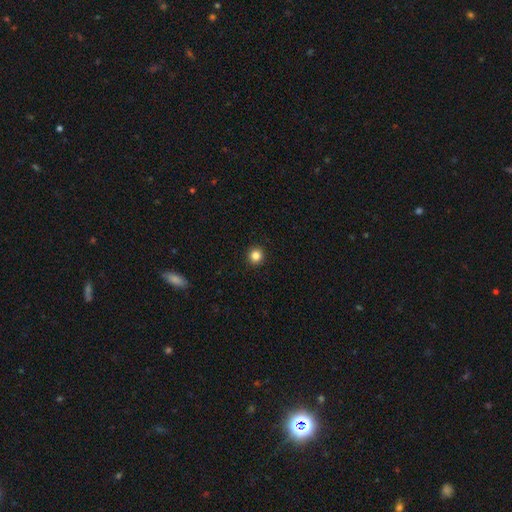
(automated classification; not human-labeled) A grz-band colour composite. It shows a smooth galaxy with no disk features (84%) that is round (94%). Merging: none (93%).